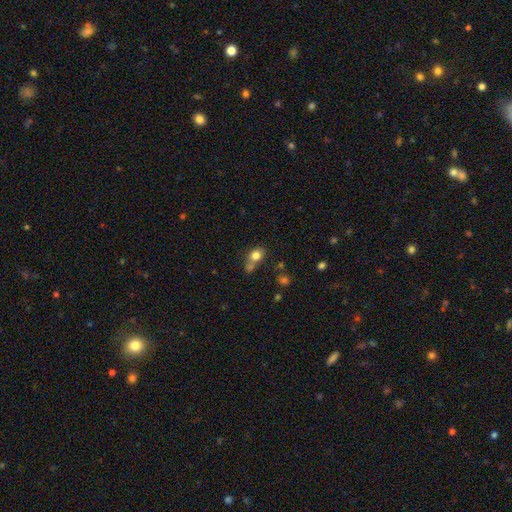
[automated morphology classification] This appears to be a smooth galaxy with no disk features (79%) that is round (52%). Merging: none (48%).